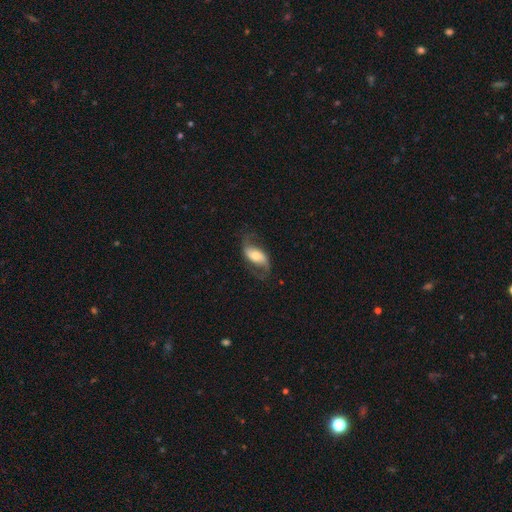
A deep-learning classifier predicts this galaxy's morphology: Smooth or featured? featured or disk (71%)
Edge-on disk? no (93%)
Bar? no (37%)
Spiral arms? yes (91%)
Spiral winding? loose (71%)
Spiral arm count? 2 (89%)
Bulge size? moderate (53%)
Merging? none (67%)